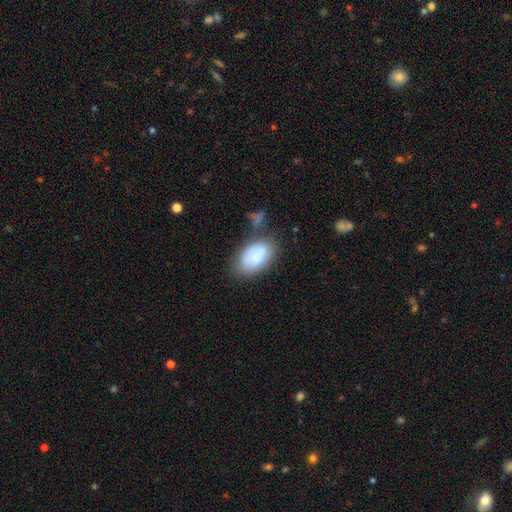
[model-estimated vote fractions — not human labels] This is likely a smooth galaxy (80%). How rounded: clearly in between (92%). Merging: possibly none (56%).